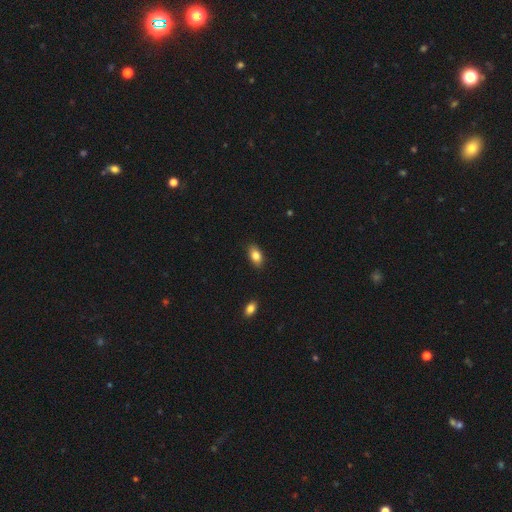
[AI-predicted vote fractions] Overall: smooth (83%). How rounded: in between (89%). Merging: none (86%).